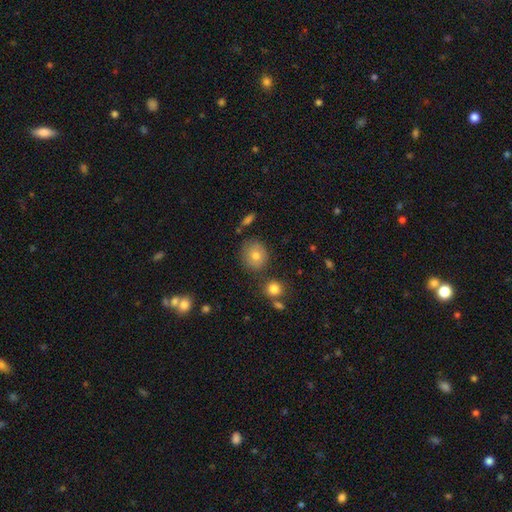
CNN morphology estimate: Smooth or featured? Predicted: smooth (p=0.72). How rounded? Predicted: round (p=0.81). Merging? Predicted: none (p=0.79).